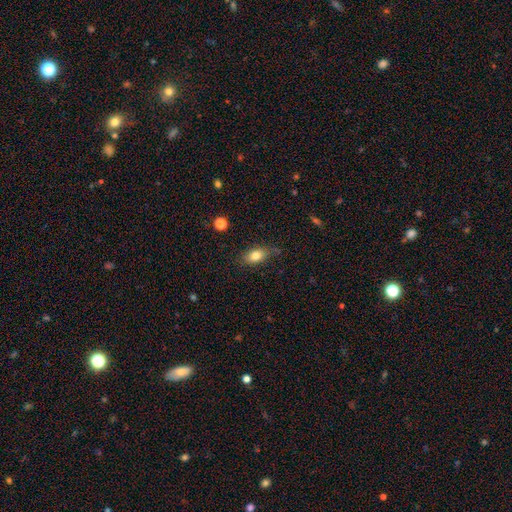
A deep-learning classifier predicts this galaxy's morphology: smooth 80%, featured or disk 11%, star or artifact 9%. Down the decision tree: how rounded — in between (84%); merging — none (73%).